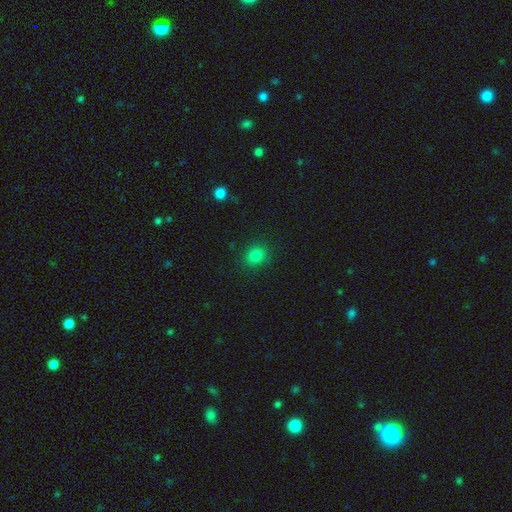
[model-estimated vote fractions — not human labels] This appears to be a smooth galaxy with no disk features (83%) that is round (77%). Merging: none (88%).